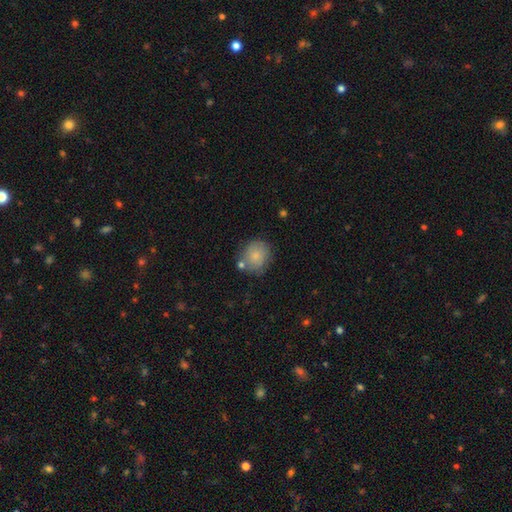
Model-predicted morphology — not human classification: A smooth galaxy with no disk features (76%) that is round (80%).

Vote fractions:
- Smooth or featured? smooth: 76% / featured or disk: 17% / star or artifact: 7%
- How rounded? round: 80% / in between: 19% / cigar-shaped: 1%
- Merging? none: 65% / minor disturbance: 19% / merger: 11% / major disturbance: 5%